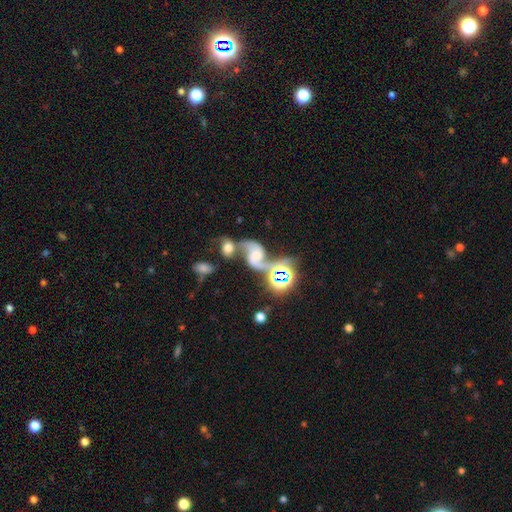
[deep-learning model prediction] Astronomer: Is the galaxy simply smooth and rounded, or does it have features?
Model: featured or disk — 73%.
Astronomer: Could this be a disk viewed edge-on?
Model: no — 97%.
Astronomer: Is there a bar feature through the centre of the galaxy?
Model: no — 54% (runner-up: weak, 33%).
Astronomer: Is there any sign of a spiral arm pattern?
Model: yes — 94%.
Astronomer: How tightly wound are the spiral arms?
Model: loose — 71%.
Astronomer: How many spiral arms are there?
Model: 2 — 90%.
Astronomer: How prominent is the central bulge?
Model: moderate — 32% (runner-up: small, 29%).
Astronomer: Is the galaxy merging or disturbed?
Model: merger — 45% (runner-up: none, 30%).